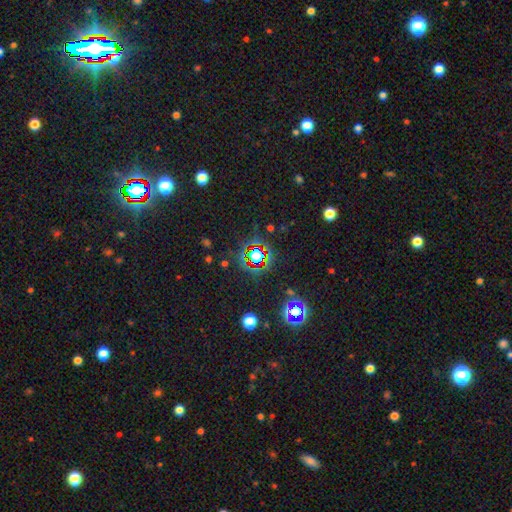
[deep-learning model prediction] Overall: star or artifact (68%).